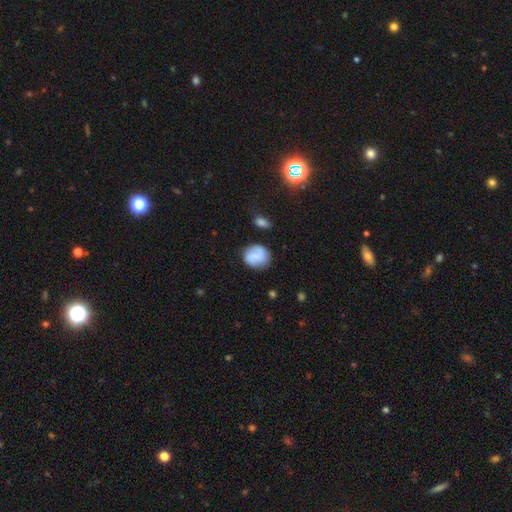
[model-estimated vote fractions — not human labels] A smooth galaxy with no disk features (63%) that is round (70%). Merging: none (74%).